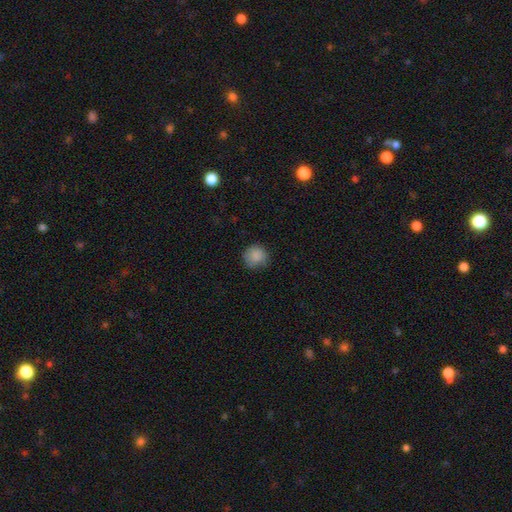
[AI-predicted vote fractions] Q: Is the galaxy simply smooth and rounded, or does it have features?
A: smooth — 86%.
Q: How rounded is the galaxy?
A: round — 90%.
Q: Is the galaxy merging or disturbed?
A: none — 77%.